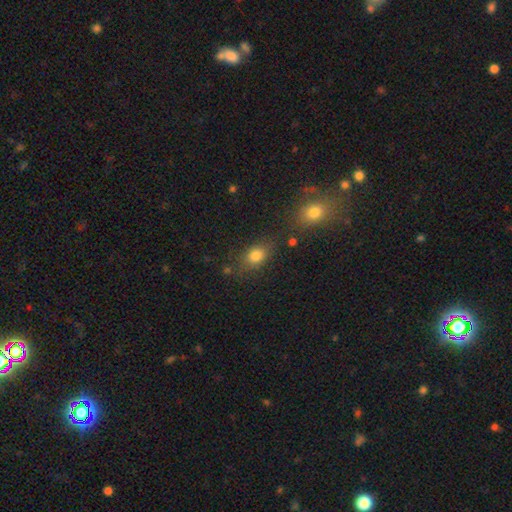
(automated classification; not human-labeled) smooth-or-featured: smooth: 78% | star or artifact: 13% | featured or disk: 9%
  how-rounded: in between: 66% | round: 30% | cigar-shaped: 4%
  merging: none: 70% | minor disturbance: 15% | merger: 8% | major disturbance: 7%